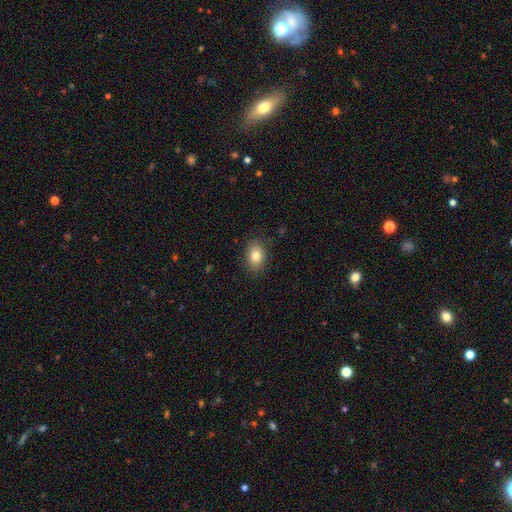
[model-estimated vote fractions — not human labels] A smooth galaxy with no disk features (81%) that is in between round and cigar-shaped (68%).

Vote fractions:
- Smooth or featured? smooth: 81% / star or artifact: 10% / featured or disk: 9%
- How rounded? in between: 68% / round: 31% / cigar-shaped: 1%
- Merging? none: 87% / minor disturbance: 10% / major disturbance: 3% / merger: 1%